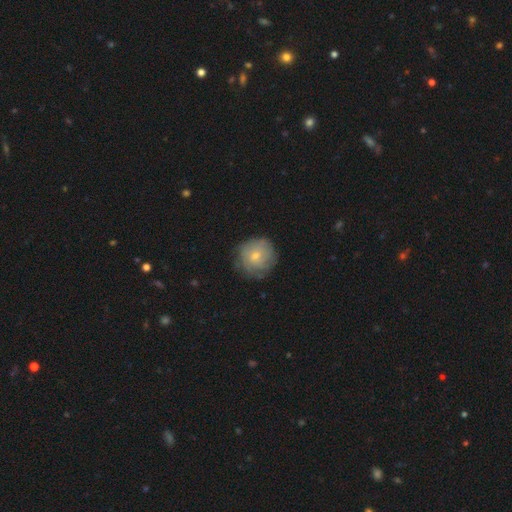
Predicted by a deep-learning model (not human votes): This appears to be a smooth galaxy with no disk features (60%) that is round (91%). Merging: none (75%).